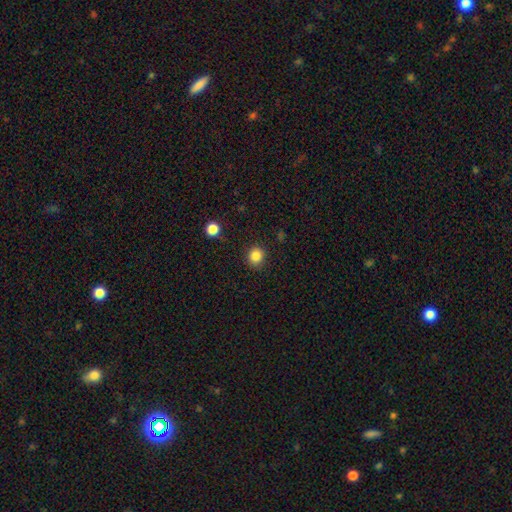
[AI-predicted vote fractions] Overall: smooth (85%). How rounded: round (85%). Merging: none (89%).